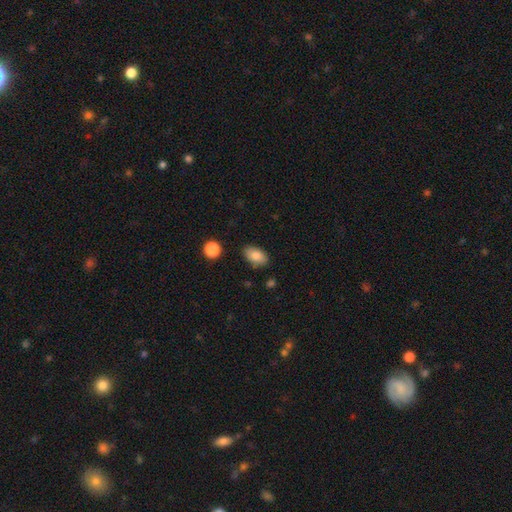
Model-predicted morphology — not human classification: smooth_or_featured: smooth (p=0.84) [alt: featured or disk p=0.08]
how_rounded: in between (p=0.91) [alt: round p=0.07]
merging: none (p=0.83) [alt: minor disturbance p=0.12]